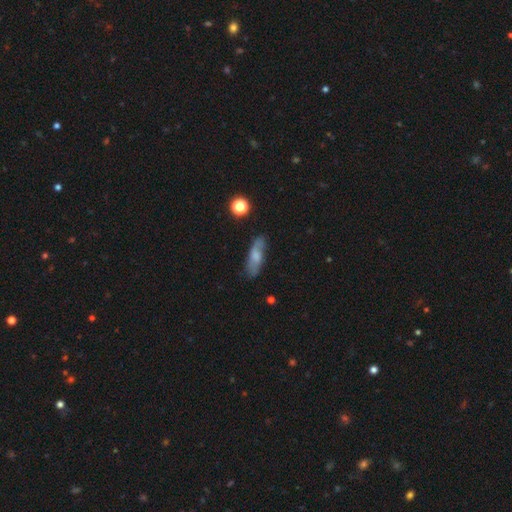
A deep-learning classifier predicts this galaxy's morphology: A smooth galaxy with no disk features (60%) that is in between round and cigar-shaped (54%). Merging: none (74%).